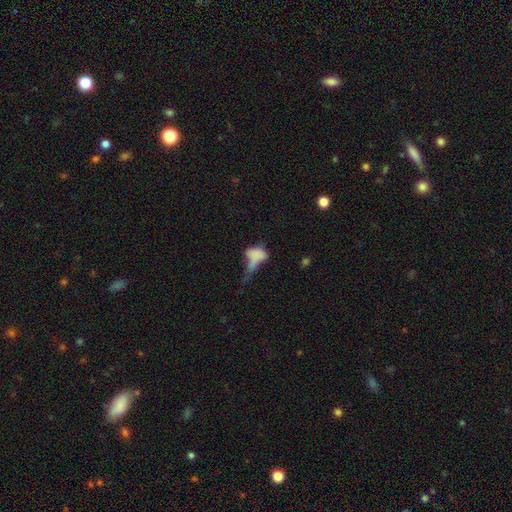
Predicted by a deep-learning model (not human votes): Smooth or featured? smooth (65%)
How rounded? in between (82%)
Merging? major disturbance (48%)